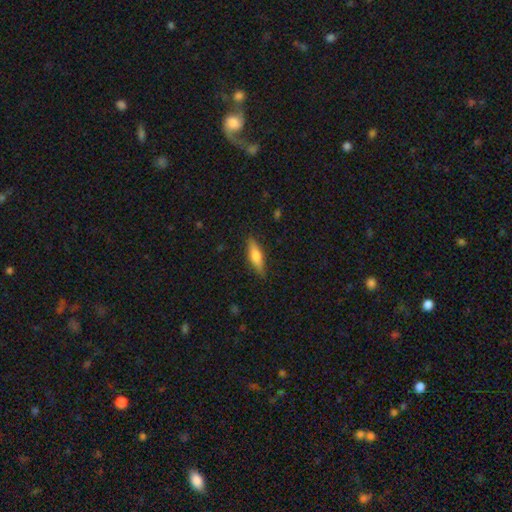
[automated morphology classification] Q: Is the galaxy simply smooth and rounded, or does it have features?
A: smooth — 62%.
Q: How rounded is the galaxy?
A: cigar-shaped — 61%.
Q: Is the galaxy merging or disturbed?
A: none — 86%.